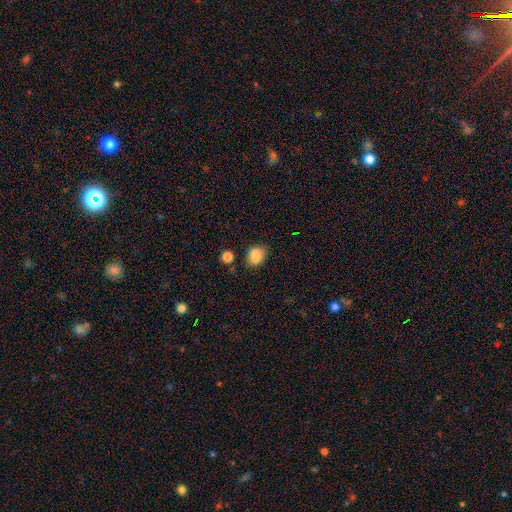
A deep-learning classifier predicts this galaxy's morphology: smooth 84%, star or artifact 10%, featured or disk 6%. Down the decision tree: how rounded — in between (58%); merging — none (71%).